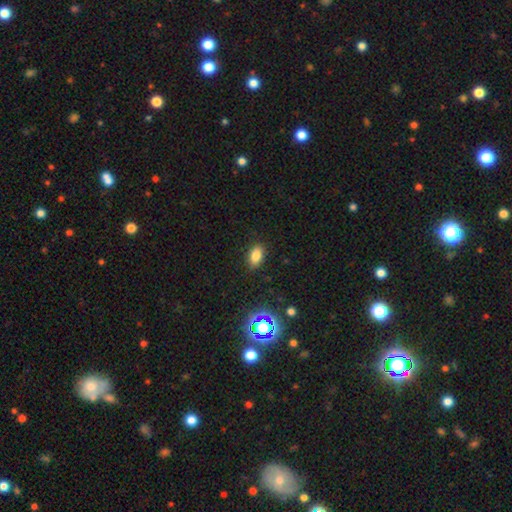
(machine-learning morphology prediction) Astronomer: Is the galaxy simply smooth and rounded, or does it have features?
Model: smooth — 80%.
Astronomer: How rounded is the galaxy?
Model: in between — 88%.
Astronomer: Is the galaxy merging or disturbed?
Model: none — 87%.